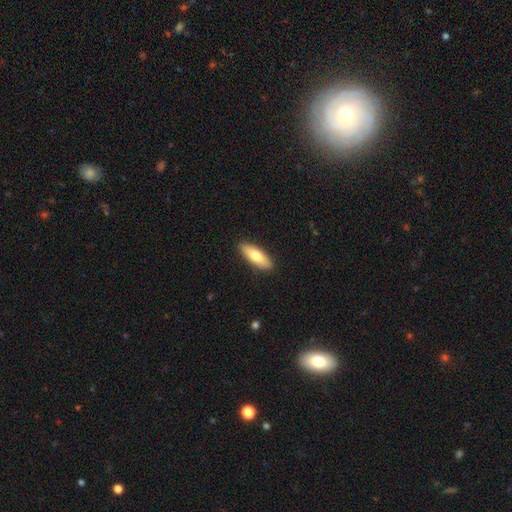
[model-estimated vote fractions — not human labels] A smooth galaxy with no disk features (75%) that is in between round and cigar-shaped (59%).

Vote fractions:
- Smooth or featured? smooth: 75% / featured or disk: 19% / star or artifact: 6%
- How rounded? in between: 59% / cigar-shaped: 38% / round: 2%
- Merging? none: 89% / minor disturbance: 8% / major disturbance: 2% / merger: 1%